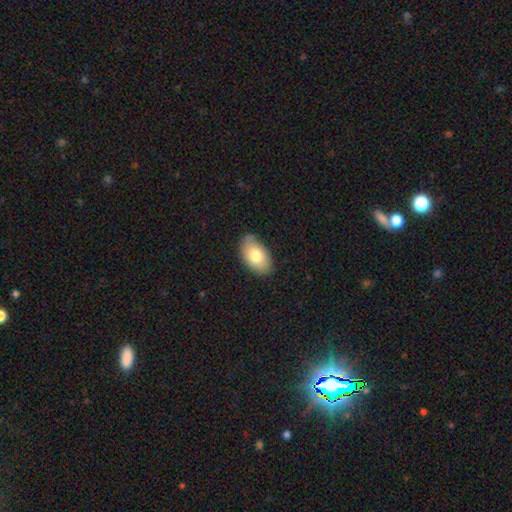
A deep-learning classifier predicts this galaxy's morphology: A smooth galaxy with no disk features (76%) that is in between round and cigar-shaped (94%).

Vote fractions:
- Smooth or featured? smooth: 76% / featured or disk: 17% / star or artifact: 7%
- How rounded? in between: 94% / round: 5% / cigar-shaped: 1%
- Merging? none: 77% / minor disturbance: 19% / major disturbance: 3% / merger: 1%